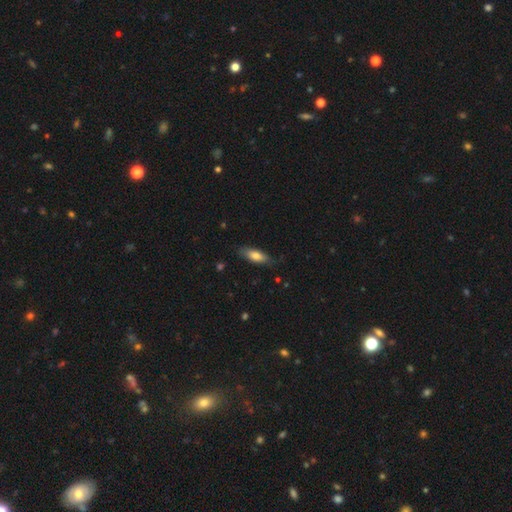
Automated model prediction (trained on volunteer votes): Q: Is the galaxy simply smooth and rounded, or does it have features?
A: smooth — 75%.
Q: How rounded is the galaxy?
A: in between — 63%.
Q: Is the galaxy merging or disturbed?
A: none — 78%.